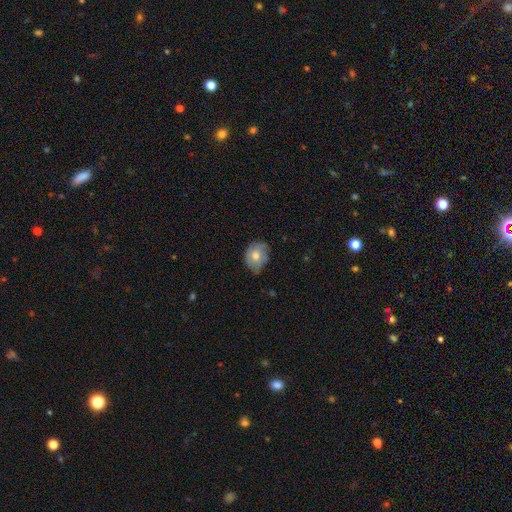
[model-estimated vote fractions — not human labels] The model was most divided on "how rounded": in between: 50%, round: 49%, cigar-shaped: 1%. More confident: smooth or featured — smooth (66%); merging — none (58%).